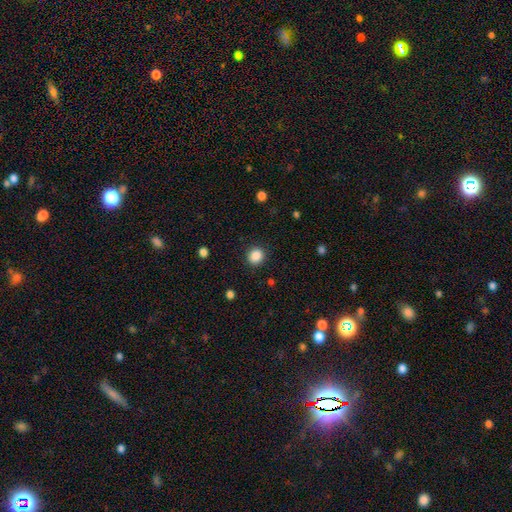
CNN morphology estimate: Smooth or featured: smooth — 87% (star or artifact — 10%)
How rounded: round — 86% (in between — 13%)
Merging: none — 90% (minor disturbance — 7%)